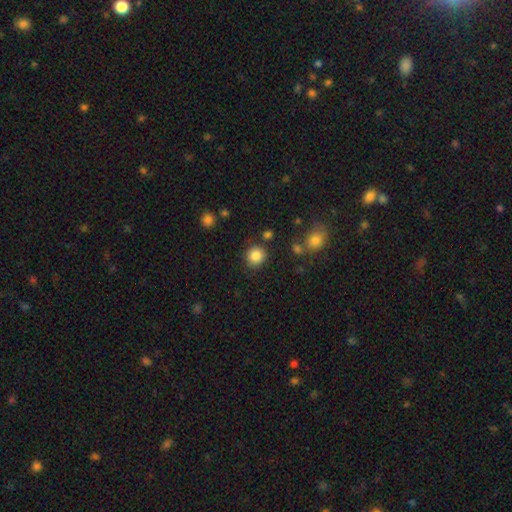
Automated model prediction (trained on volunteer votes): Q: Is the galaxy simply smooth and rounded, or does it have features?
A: smooth — 86%.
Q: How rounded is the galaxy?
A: round — 86%.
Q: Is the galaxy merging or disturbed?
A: none — 84%.